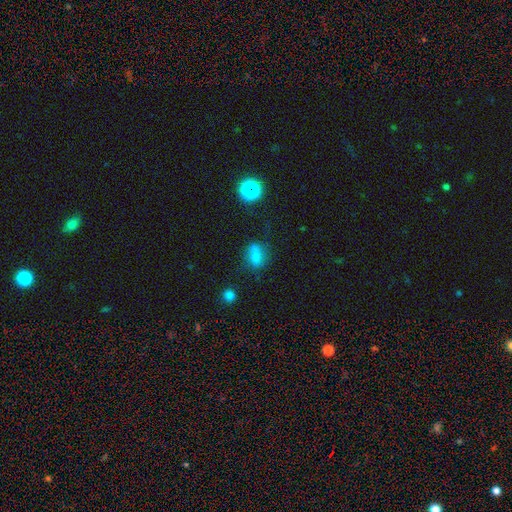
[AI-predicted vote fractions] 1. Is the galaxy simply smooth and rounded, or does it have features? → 69% smooth, 16% star or artifact, 15% featured or disk.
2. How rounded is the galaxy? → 66% in between, 24% round, 10% cigar-shaped.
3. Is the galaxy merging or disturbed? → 55% none, 25% minor disturbance, 13% major disturbance, 7% merger.